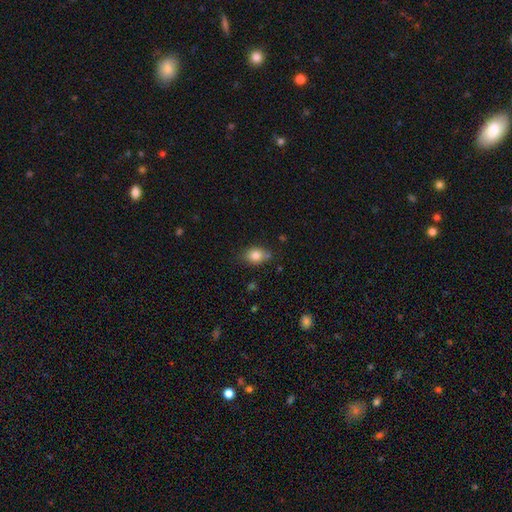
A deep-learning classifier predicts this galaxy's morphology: The model was most divided on "how rounded": in between: 62%, round: 36%, cigar-shaped: 1%. More confident: smooth or featured — smooth (82%); merging — none (71%).